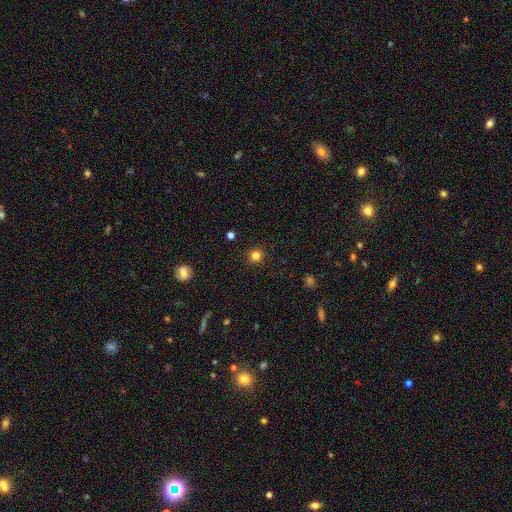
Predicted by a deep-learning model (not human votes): Smooth or featured: smooth — 83% (star or artifact — 13%)
How rounded: round — 93% (in between — 6%)
Merging: none — 92% (minor disturbance — 5%)